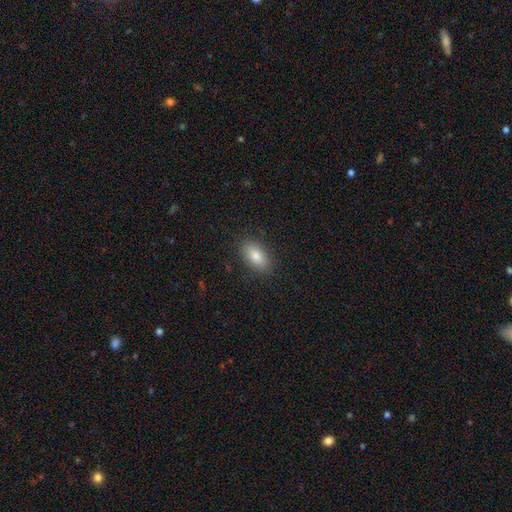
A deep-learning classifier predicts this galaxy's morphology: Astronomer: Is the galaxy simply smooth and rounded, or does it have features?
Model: smooth — 82%.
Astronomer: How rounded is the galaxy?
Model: in between — 90%.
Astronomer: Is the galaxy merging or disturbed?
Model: none — 88%.